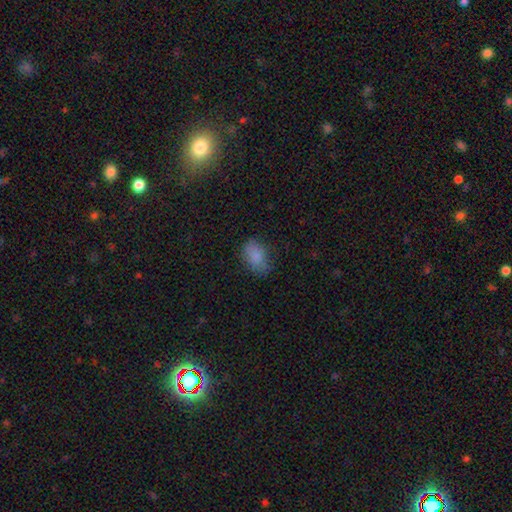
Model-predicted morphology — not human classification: Q: Smooth or featured?
A: smooth (81%); runner-up: star or artifact (10%)
Q: How rounded?
A: in between (80%); runner-up: round (18%)
Q: Merging?
A: none (67%); runner-up: minor disturbance (23%)